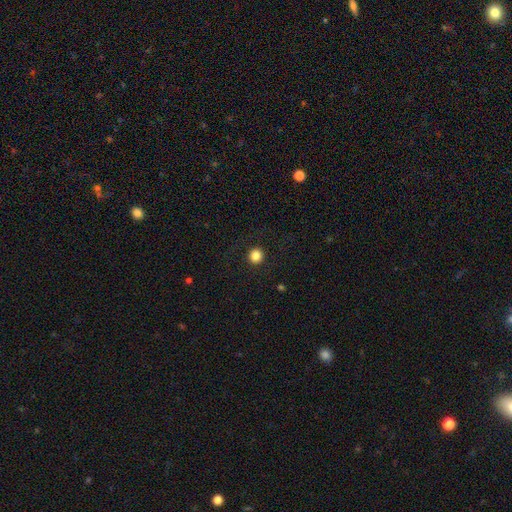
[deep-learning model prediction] Smooth or featured? smooth (84%)
How rounded? round (94%)
Merging? none (92%)